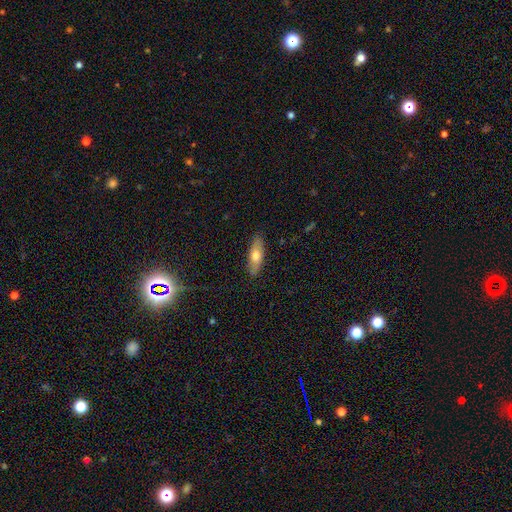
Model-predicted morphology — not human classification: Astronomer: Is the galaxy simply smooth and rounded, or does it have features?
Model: smooth — 65%.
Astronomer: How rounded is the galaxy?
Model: in between — 60% (runner-up: cigar-shaped, 37%).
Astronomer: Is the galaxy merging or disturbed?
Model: none — 86%.